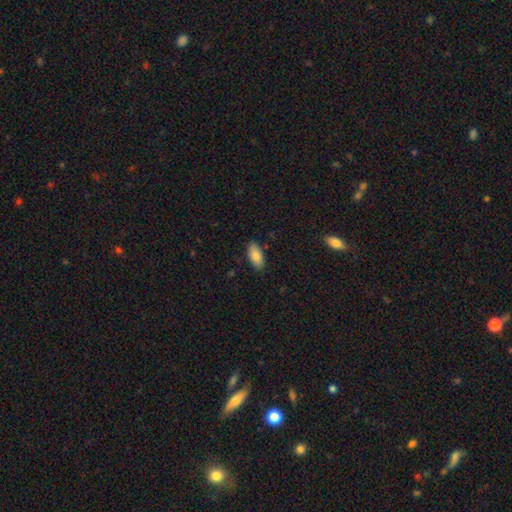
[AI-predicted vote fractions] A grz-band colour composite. It shows a smooth galaxy with no disk features (85%) that is in between round and cigar-shaped (89%). Merging: none (87%).